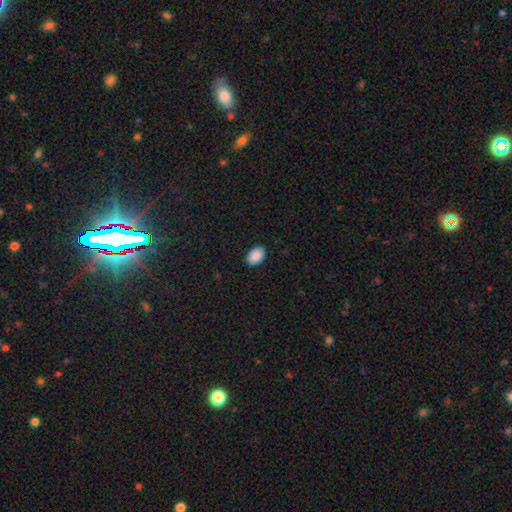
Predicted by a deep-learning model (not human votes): The model was most divided on "how rounded": in between: 85%, round: 14%, cigar-shaped: 1%. More confident: smooth or featured — smooth (90%); merging — none (90%).